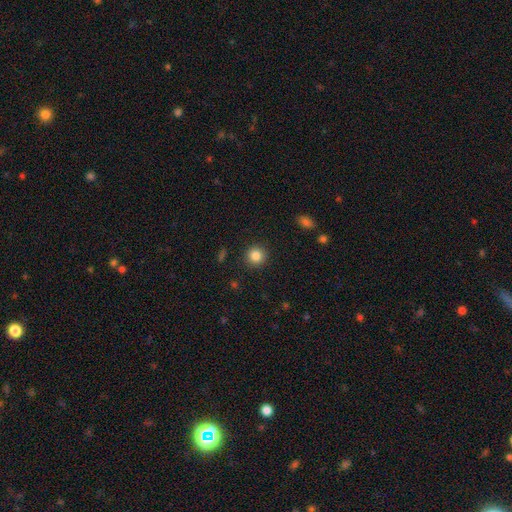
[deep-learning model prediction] smooth_or_featured: smooth (p=0.84) [alt: star or artifact p=0.10]
how_rounded: round (p=0.94) [alt: in between p=0.06]
merging: none (p=0.92) [alt: minor disturbance p=0.05]